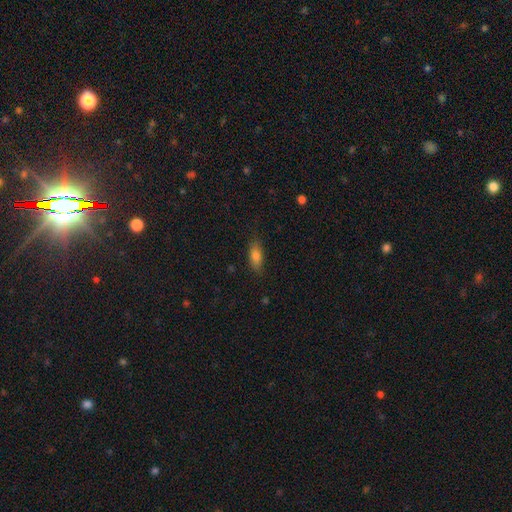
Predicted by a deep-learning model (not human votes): smooth-or-featured: smooth: 79% | featured or disk: 13% | star or artifact: 9%
  how-rounded: in between: 68% | cigar-shaped: 29% | round: 3%
  merging: none: 81% | minor disturbance: 15% | major disturbance: 3% | merger: 1%